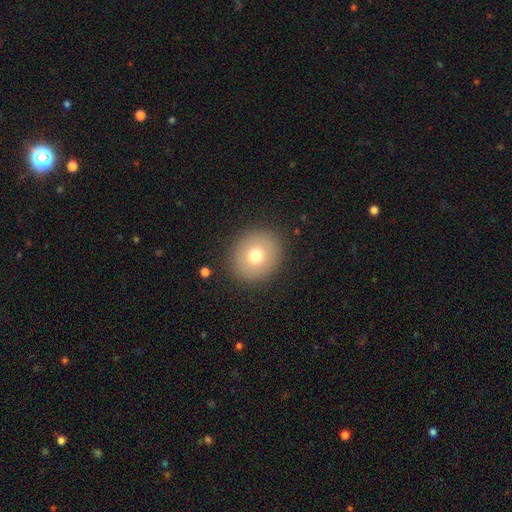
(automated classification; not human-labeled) A smooth galaxy with no disk features (72%) that is round (78%).

Vote fractions:
- Smooth or featured? smooth: 72% / featured or disk: 18% / star or artifact: 11%
- How rounded? round: 78% / in between: 21% / cigar-shaped: 1%
- Merging? none: 89% / minor disturbance: 7% / major disturbance: 3% / merger: 1%